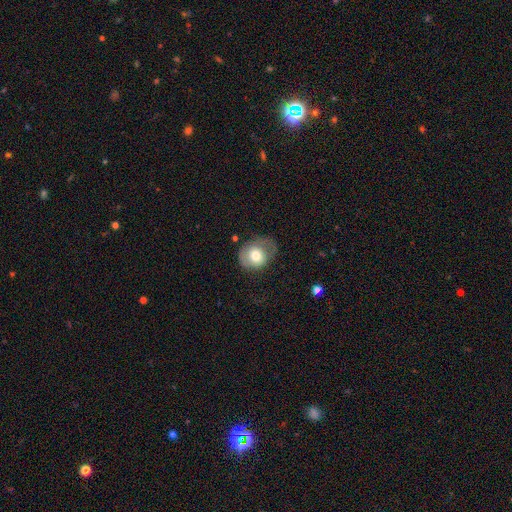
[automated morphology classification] smooth_or_featured: smooth (p=0.68) [alt: featured or disk p=0.24]
how_rounded: round (p=0.60) [alt: in between p=0.39]
merging: none (p=0.45) [alt: minor disturbance p=0.30]